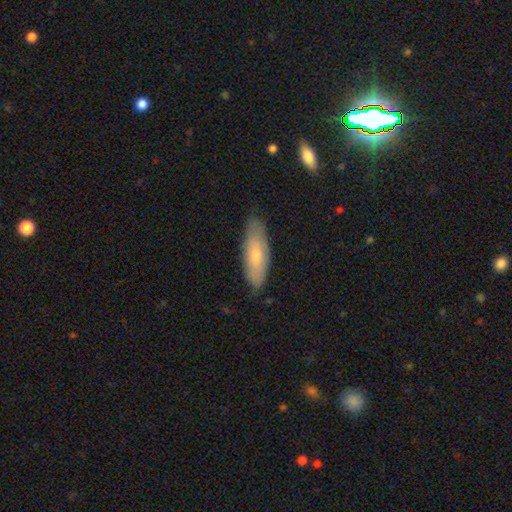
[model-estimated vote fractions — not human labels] The model was most divided on "how rounded": in between: 57%, cigar-shaped: 41%, round: 2%. More confident: merging — none (77%); smooth or featured — smooth (68%).